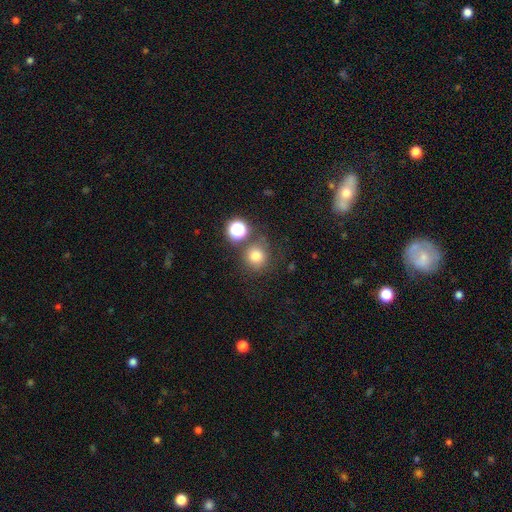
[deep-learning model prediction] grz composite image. It shows a smooth galaxy with no disk features (76%) that is round (91%). Merging: none (73%).